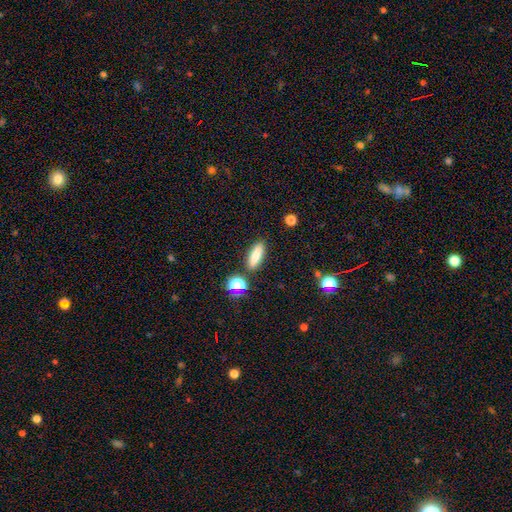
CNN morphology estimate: Overall: smooth (77%). How rounded: cigar-shaped (48%, tied with in between). Merging: none (84%).